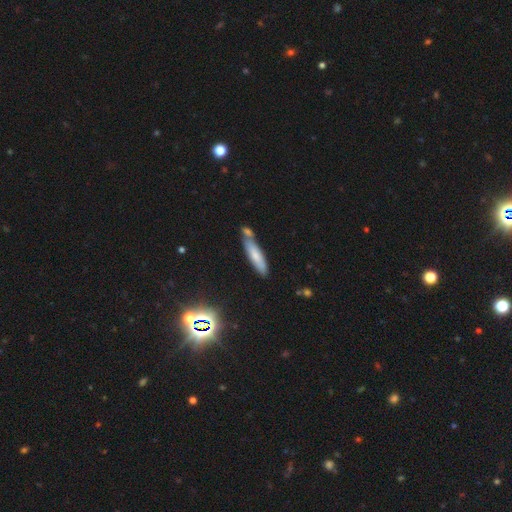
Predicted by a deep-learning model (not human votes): A smooth galaxy with no disk features (69%) that is cigar-shaped (75%).

Vote fractions:
- Smooth or featured? smooth: 69% / featured or disk: 22% / star or artifact: 9%
- How rounded? cigar-shaped: 75% / in between: 23% / round: 2%
- Merging? none: 59% / merger: 23% / minor disturbance: 15% / major disturbance: 4%